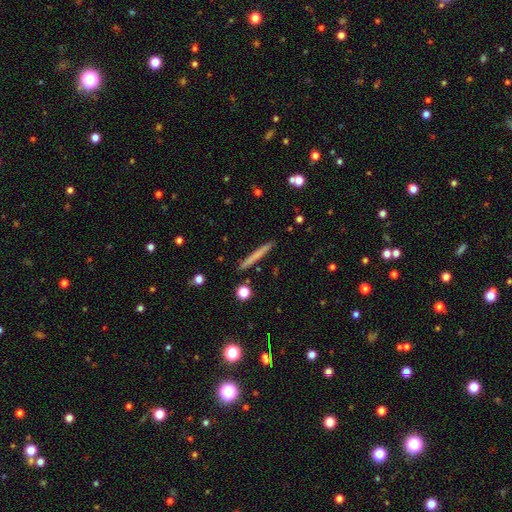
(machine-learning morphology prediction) Smooth or featured? smooth (62%)
How rounded? cigar-shaped (97%)
Merging? none (91%)